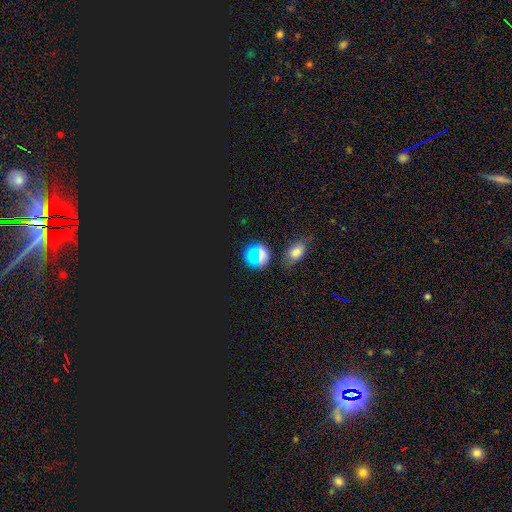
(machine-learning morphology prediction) smooth_or_featured: smooth (p=0.50) [alt: star or artifact p=0.42]
how_rounded: round (p=0.84) [alt: in between p=0.13]
merging: none (p=0.82) [alt: minor disturbance p=0.10]